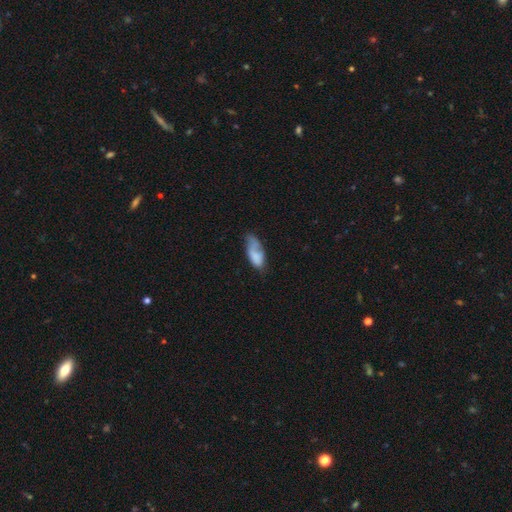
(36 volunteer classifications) A smooth galaxy with no disk features (83%) that is in between round and cigar-shaped (93%).

Vote fractions:
- Smooth or featured? smooth: 83% / featured or disk: 14% / star or artifact: 3%
- How rounded? in between: 93% / cigar-shaped: 7% / round: 0%
- Merging? none: 57% / minor disturbance: 26% / major disturbance: 14% / merger: 3%